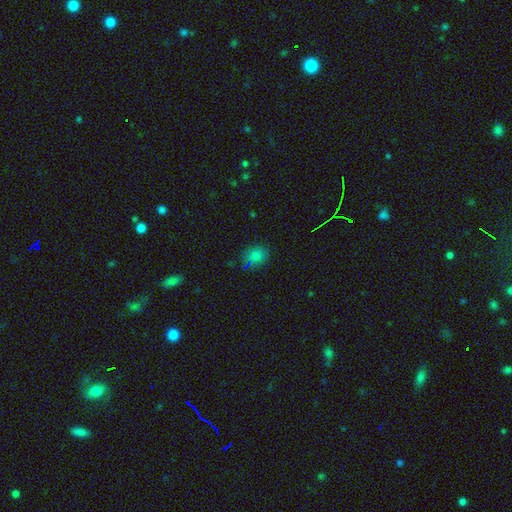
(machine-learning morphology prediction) Smooth or featured?
  - smooth: 77% *
  - star or artifact: 18%
  - featured or disk: 5%
How rounded?
  - round: 67% *
  - in between: 32%
  - cigar-shaped: 1%
Merging?
  - none: 81% *
  - minor disturbance: 13%
  - major disturbance: 3%
  - merger: 3%